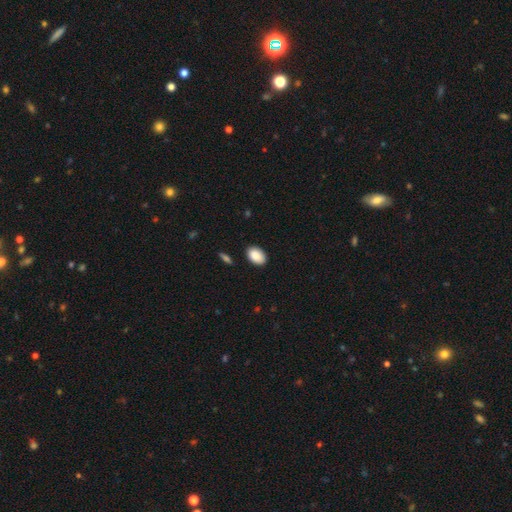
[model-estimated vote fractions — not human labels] smooth-or-featured: smooth: 90% | star or artifact: 7% | featured or disk: 4%
  how-rounded: in between: 88% | round: 11% | cigar-shaped: 1%
  merging: none: 87% | minor disturbance: 9% | major disturbance: 2% | merger: 1%